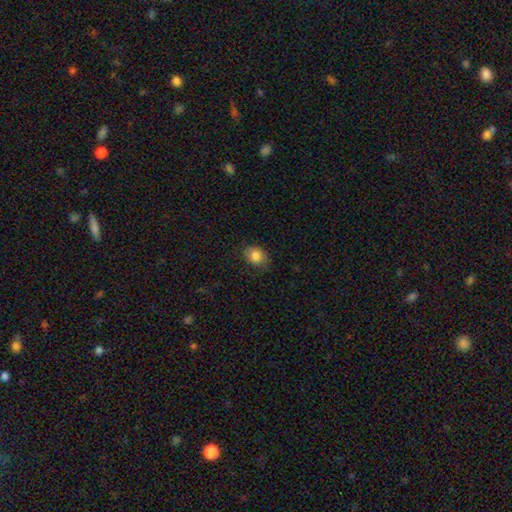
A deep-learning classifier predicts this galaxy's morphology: The model was most divided on "how rounded": in between: 56%, round: 43%, cigar-shaped: 1%. More confident: smooth or featured — smooth (84%); merging — none (77%).